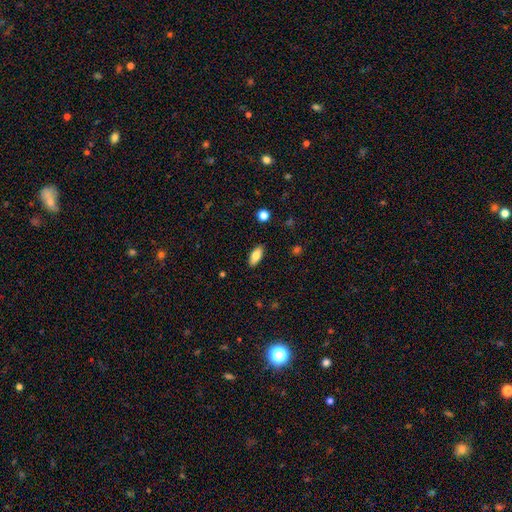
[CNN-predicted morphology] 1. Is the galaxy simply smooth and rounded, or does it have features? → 81% smooth, 12% featured or disk, 7% star or artifact.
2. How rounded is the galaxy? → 88% in between, 9% cigar-shaped, 3% round.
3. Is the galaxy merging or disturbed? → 88% none, 9% minor disturbance, 2% major disturbance, 1% merger.